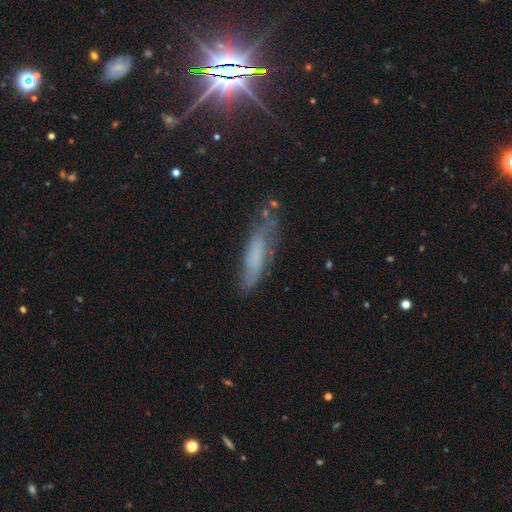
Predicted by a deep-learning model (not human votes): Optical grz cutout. It shows a smooth galaxy with no disk features (55%) that is cigar-shaped (69%). Merging: none (60%).